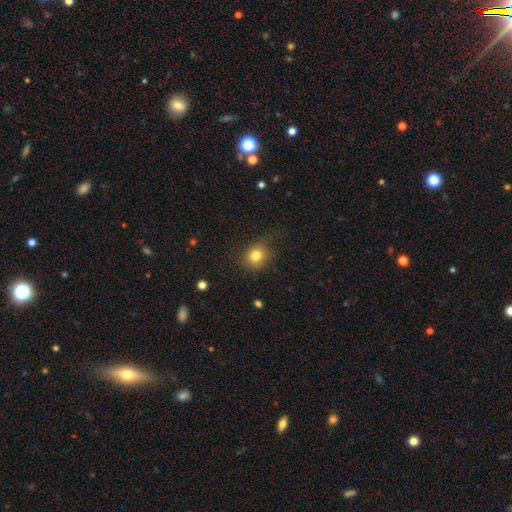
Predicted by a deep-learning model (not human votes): Q: Smooth or featured?
A: smooth (82%); runner-up: star or artifact (11%)
Q: How rounded?
A: round (73%); runner-up: in between (26%)
Q: Merging?
A: none (81%); runner-up: minor disturbance (13%)